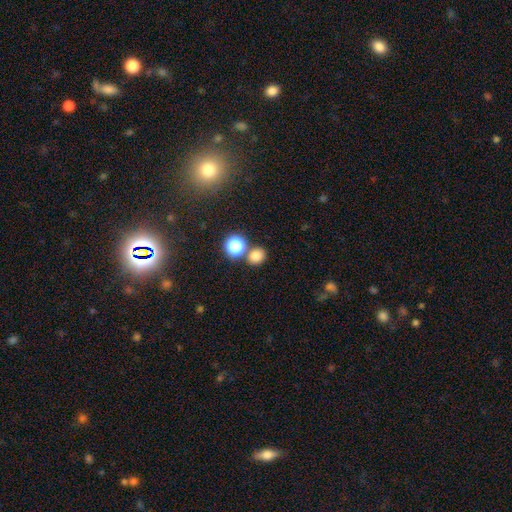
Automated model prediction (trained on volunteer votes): Q: Smooth or featured?
A: smooth (78%); runner-up: star or artifact (16%)
Q: How rounded?
A: round (75%); runner-up: in between (24%)
Q: Merging?
A: none (73%); runner-up: merger (17%)